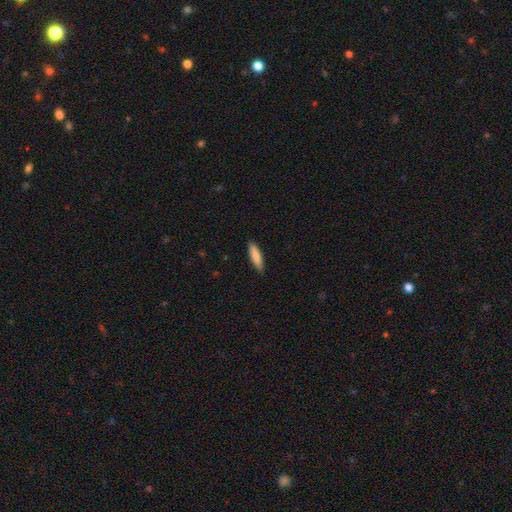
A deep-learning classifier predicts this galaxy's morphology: smooth-or-featured: smooth: 85% | featured or disk: 10% | star or artifact: 6%
  how-rounded: cigar-shaped: 74% | in between: 24% | round: 1%
  merging: none: 88% | minor disturbance: 9% | major disturbance: 2% | merger: 1%